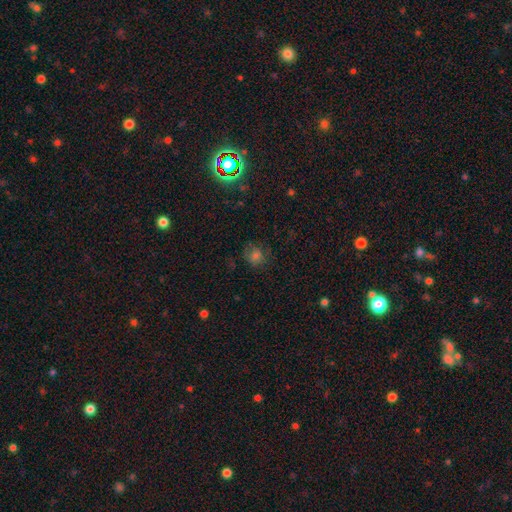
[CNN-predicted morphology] The model was most divided on "smooth or featured": smooth: 65%, star or artifact: 22%, featured or disk: 13%. More confident: how rounded — round (80%); merging — none (72%).